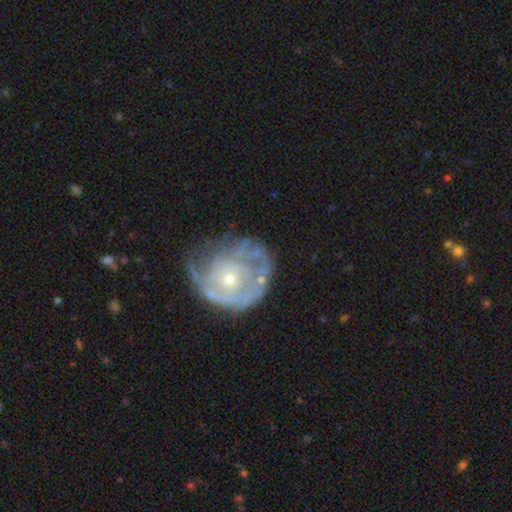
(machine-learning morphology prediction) Overall: featured or disk (76%). Edge-on disk: no (97%). Bar: no (85%). Spiral arms: yes (70%; no 30%). Spiral arm count: can't tell (51%; 2 18%). Spiral winding: tight (67%). Bulge size: small (63%; moderate 33%). Merging: none (50%; minor disturbance 27%).